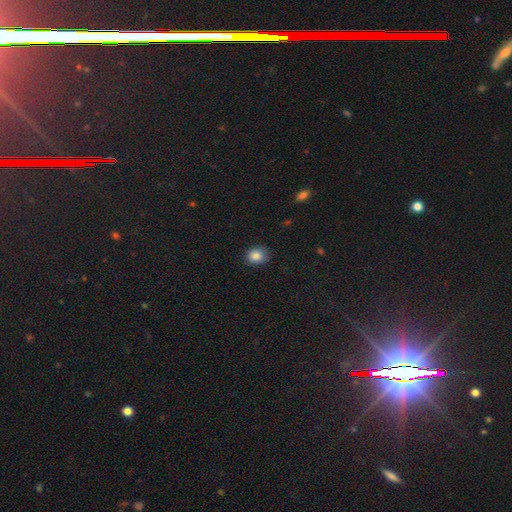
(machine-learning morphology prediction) A smooth galaxy with no disk features (86%) that is round (56%).

Vote fractions:
- Smooth or featured? smooth: 86% / star or artifact: 9% / featured or disk: 5%
- How rounded? round: 56% / in between: 43% / cigar-shaped: 1%
- Merging? none: 82% / minor disturbance: 14% / major disturbance: 3% / merger: 1%